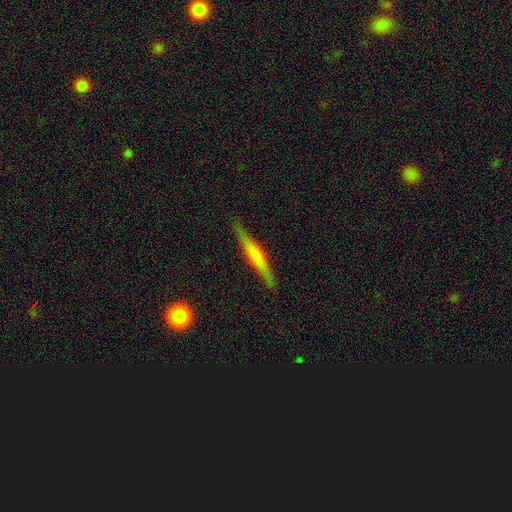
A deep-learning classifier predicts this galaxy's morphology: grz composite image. It shows a smooth galaxy with no disk features (51%) that is cigar-shaped (94%). Merging: none (87%).